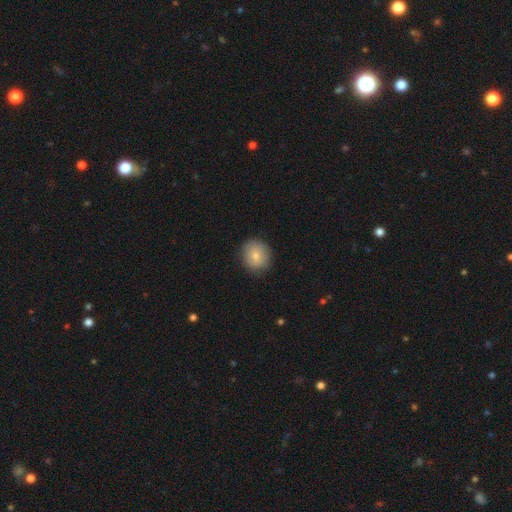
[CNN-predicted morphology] A smooth galaxy with no disk features (79%) that is round (83%).

Vote fractions:
- Smooth or featured? smooth: 79% / featured or disk: 13% / star or artifact: 8%
- How rounded? round: 83% / in between: 16% / cigar-shaped: 1%
- Merging? none: 86% / minor disturbance: 11% / major disturbance: 3% / merger: 1%